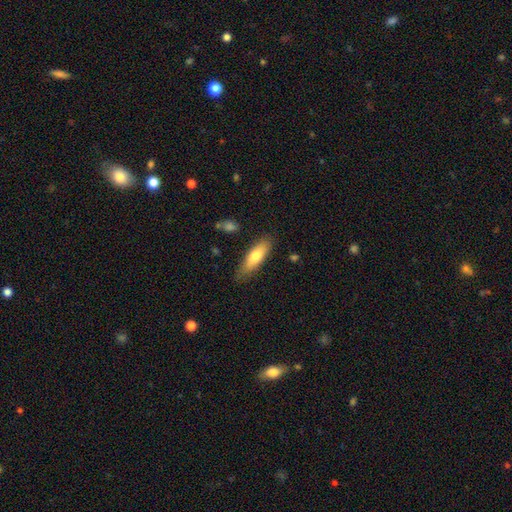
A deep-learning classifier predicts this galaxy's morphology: type=smooth (73%); roundness=in between (53%); merging=none (79%).